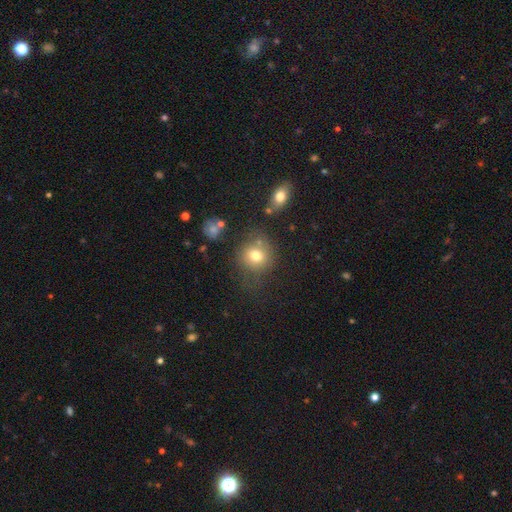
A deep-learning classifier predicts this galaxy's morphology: Smooth or featured?
  - smooth: 75% *
  - star or artifact: 14%
  - featured or disk: 11%
How rounded?
  - round: 83% *
  - in between: 16%
  - cigar-shaped: 1%
Merging?
  - none: 68% *
  - minor disturbance: 16%
  - merger: 9%
  - major disturbance: 8%